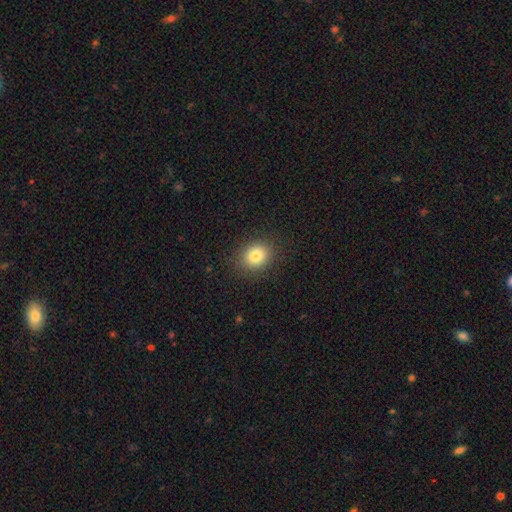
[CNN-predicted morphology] A smooth galaxy with no disk features (82%) that is round (65%).

Vote fractions:
- Smooth or featured? smooth: 82% / star or artifact: 11% / featured or disk: 7%
- How rounded? round: 65% / in between: 34% / cigar-shaped: 1%
- Merging? none: 89% / minor disturbance: 8% / major disturbance: 3% / merger: 1%